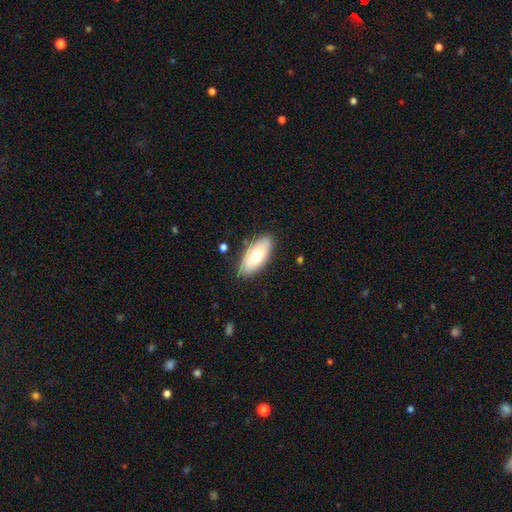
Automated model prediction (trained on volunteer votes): smooth 68%, featured or disk 26%, star or artifact 6%. Down the decision tree: how rounded — in between (88%); merging — none (84%).